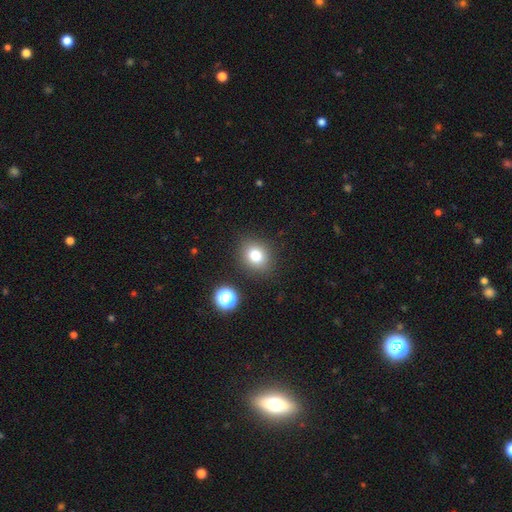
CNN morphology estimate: A smooth galaxy with no disk features (80%) that is round (64%). Merging: none (86%).